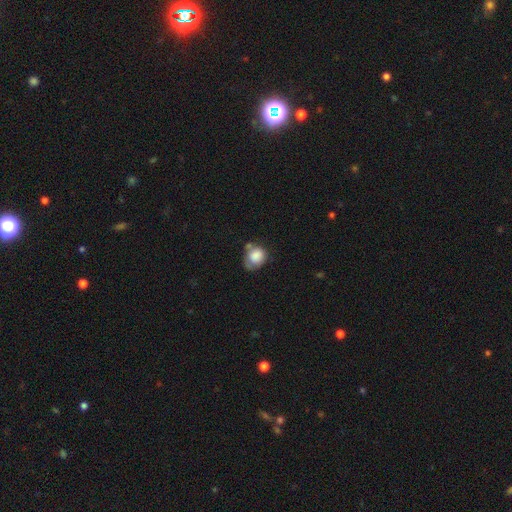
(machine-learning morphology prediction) smooth 81%, featured or disk 11%, star or artifact 8%. Down the decision tree: how rounded — round (60%); merging — none (40%).